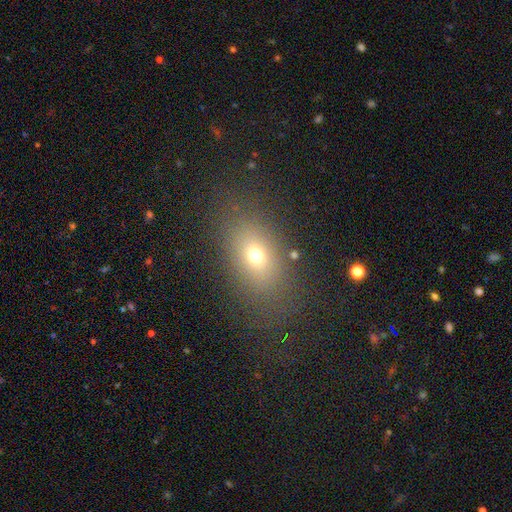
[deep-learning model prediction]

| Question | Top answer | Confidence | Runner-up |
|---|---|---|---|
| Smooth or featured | smooth | 67% | star or artifact (17%) |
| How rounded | in between | 74% | round (22%) |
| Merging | none | 78% | minor disturbance (12%) |